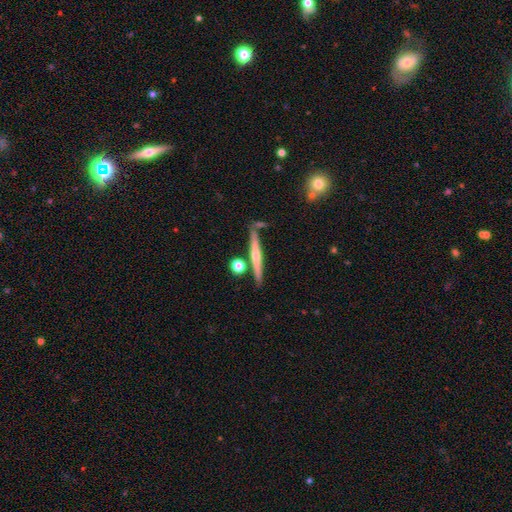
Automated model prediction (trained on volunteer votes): A featured or disk galaxy (56%) viewed edge-on (96%) with a rounded central bulge (67%).

Vote fractions:
- Smooth or featured? featured or disk: 56% / smooth: 37% / star or artifact: 7%
- Edge-on disk? yes: 96% / no: 4%
- Edge-on bulge? rounded: 67% / none: 27% / boxy: 6%
- Merging? none: 78% / minor disturbance: 11% / merger: 9% / major disturbance: 3%